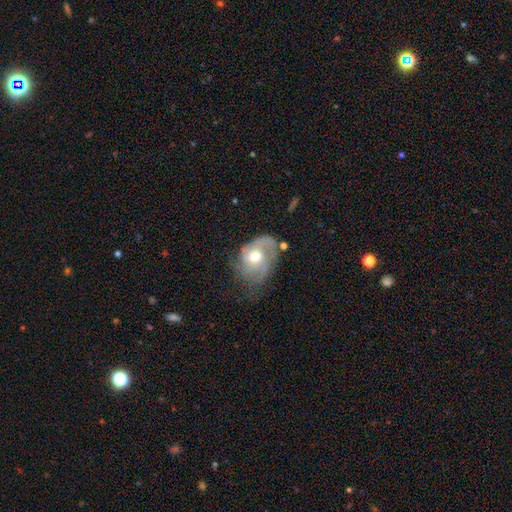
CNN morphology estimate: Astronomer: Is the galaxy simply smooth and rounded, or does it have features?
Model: featured or disk — 60%.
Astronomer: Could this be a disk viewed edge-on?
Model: no — 96%.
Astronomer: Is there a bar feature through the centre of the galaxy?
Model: no — 77%.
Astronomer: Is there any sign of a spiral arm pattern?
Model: yes — 72%.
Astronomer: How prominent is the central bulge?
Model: moderate — 73%.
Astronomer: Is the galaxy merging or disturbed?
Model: none — 40% (runner-up: minor disturbance, 30%).